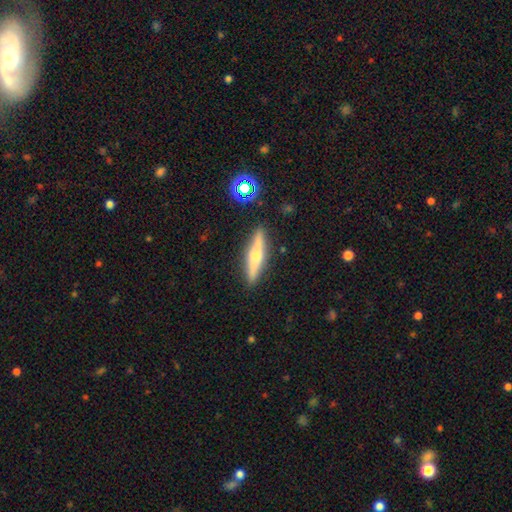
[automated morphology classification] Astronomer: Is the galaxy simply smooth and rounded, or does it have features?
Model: featured or disk — 58% (runner-up: smooth, 34%).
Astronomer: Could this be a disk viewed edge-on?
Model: yes — 96%.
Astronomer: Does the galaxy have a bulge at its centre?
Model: rounded — 90%.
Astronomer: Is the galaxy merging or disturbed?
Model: none — 89%.